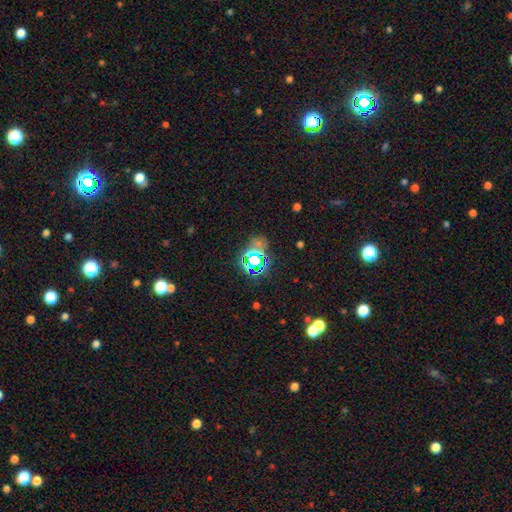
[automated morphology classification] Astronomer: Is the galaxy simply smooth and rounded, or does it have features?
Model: star or artifact — 68%.